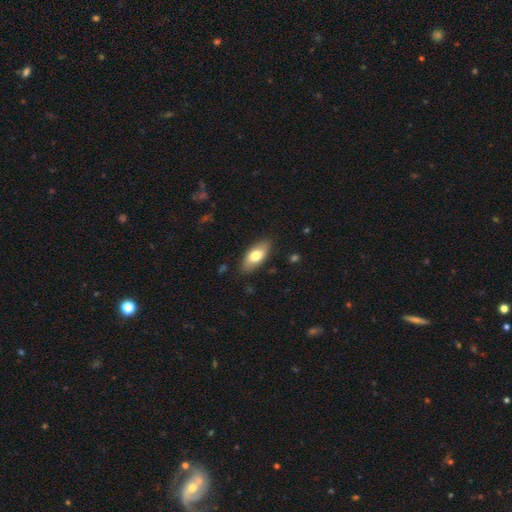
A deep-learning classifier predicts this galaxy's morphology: Smooth or featured: smooth — 72% (featured or disk — 22%)
How rounded: in between — 88% (cigar-shaped — 10%)
Merging: none — 87% (minor disturbance — 10%)